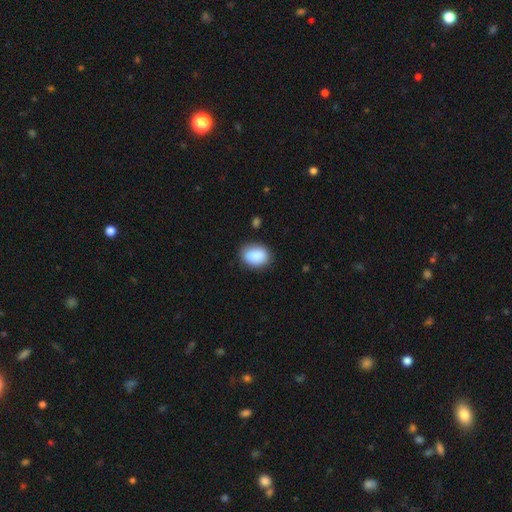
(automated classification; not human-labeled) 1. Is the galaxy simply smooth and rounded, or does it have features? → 88% smooth, 7% star or artifact, 5% featured or disk.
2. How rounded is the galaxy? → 73% in between, 26% round, 1% cigar-shaped.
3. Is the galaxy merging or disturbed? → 82% none, 13% minor disturbance, 3% major disturbance, 2% merger.